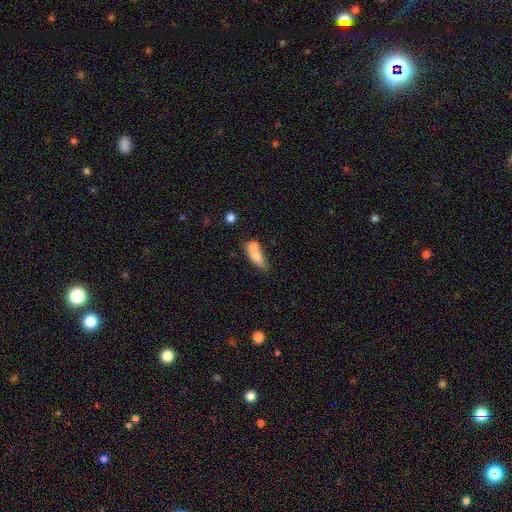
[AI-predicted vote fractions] This is likely a smooth galaxy (67%). How rounded: likely in between (63%). Merging: possibly merger (50%).